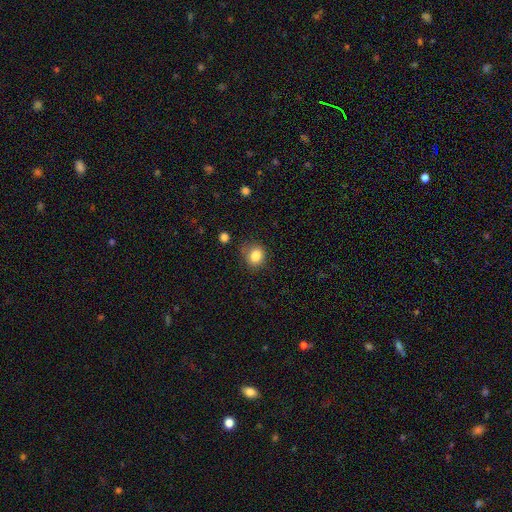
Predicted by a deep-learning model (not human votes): The model was most divided on "how rounded": round: 66%, in between: 33%, cigar-shaped: 1%. More confident: smooth or featured — smooth (84%); merging — none (72%).